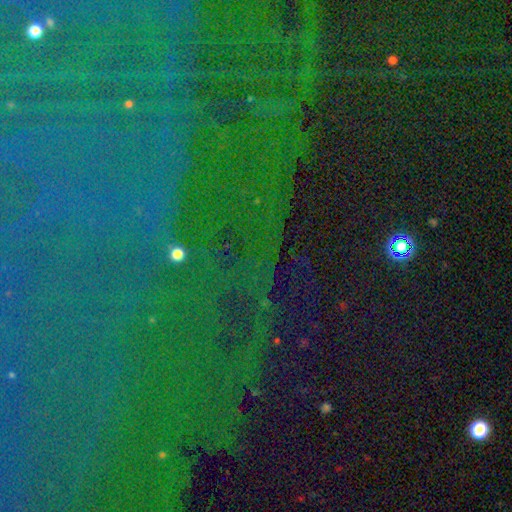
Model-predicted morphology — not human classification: star or artifact 84%, featured or disk 8%, smooth 7%.